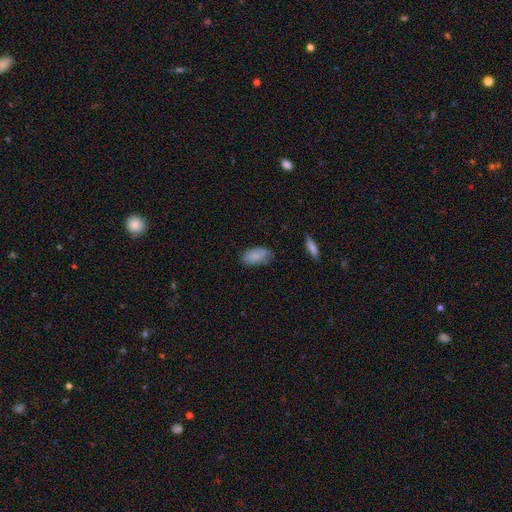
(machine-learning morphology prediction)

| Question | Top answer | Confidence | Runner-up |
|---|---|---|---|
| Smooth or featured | smooth | 84% | featured or disk (9%) |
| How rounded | in between | 93% | cigar-shaped (4%) |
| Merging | none | 71% | minor disturbance (23%) |